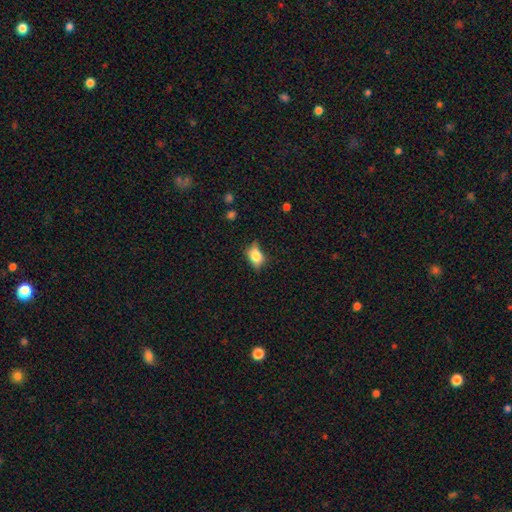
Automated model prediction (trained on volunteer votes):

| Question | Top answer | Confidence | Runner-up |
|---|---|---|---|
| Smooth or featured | smooth | 74% | featured or disk (17%) |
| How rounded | in between | 76% | round (20%) |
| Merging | none | 62% | minor disturbance (28%) |